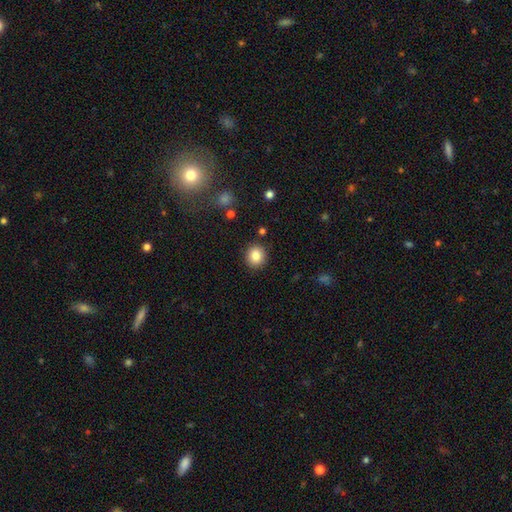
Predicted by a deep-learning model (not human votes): A smooth galaxy with no disk features (85%) that is round (86%). Merging: none (89%).